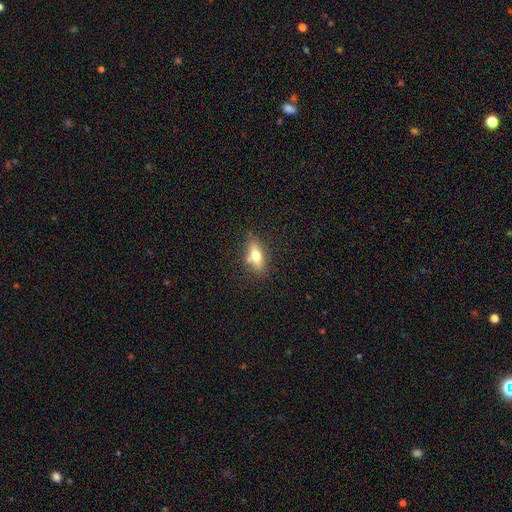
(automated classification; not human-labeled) This appears to be a smooth galaxy with no disk features (62%) that is in between round and cigar-shaped (69%). Merging: none (75%).